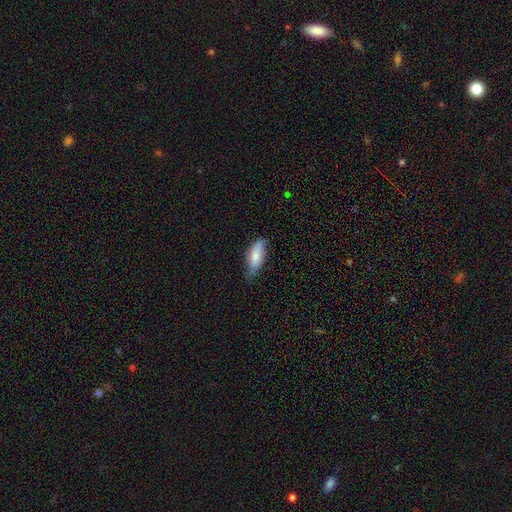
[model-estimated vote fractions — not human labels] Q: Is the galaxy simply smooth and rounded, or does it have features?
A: smooth — 70%.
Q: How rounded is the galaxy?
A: in between — 79%.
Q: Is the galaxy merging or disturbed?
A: none — 58%.